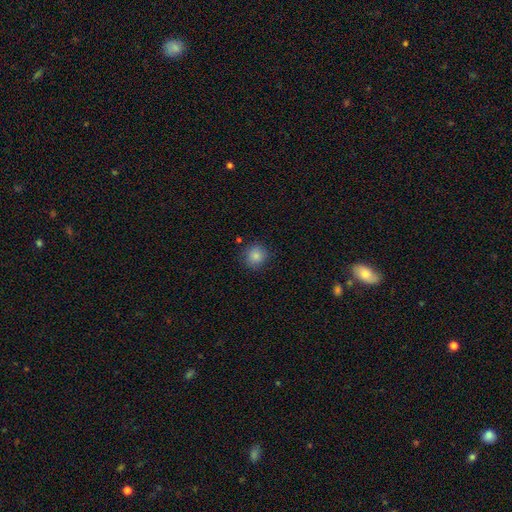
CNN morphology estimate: Smooth or featured: smooth — 86% (star or artifact — 10%)
How rounded: round — 91% (in between — 8%)
Merging: none — 86% (minor disturbance — 10%)